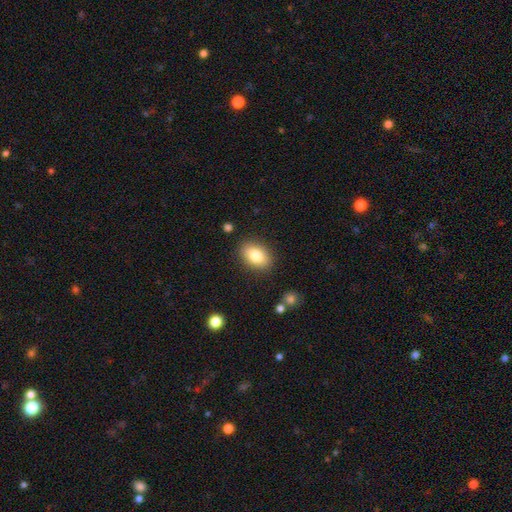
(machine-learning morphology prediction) smooth-or-featured: smooth: 81% | featured or disk: 11% | star or artifact: 8%
  how-rounded: in between: 85% | round: 13% | cigar-shaped: 1%
  merging: none: 86% | minor disturbance: 9% | major disturbance: 3% | merger: 2%